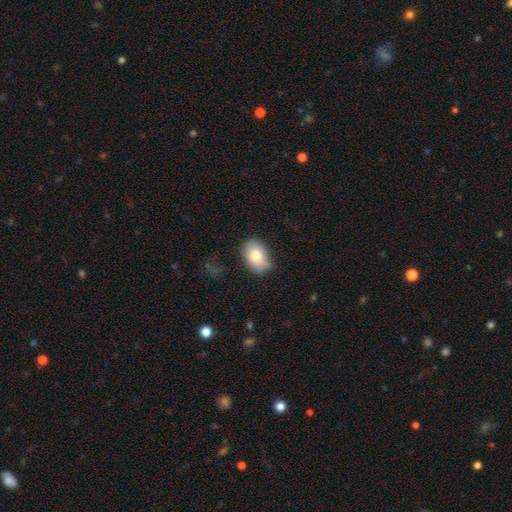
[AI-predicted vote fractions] This appears to be a smooth galaxy with no disk features (79%) that is in between round and cigar-shaped (86%). Merging: none (67%).